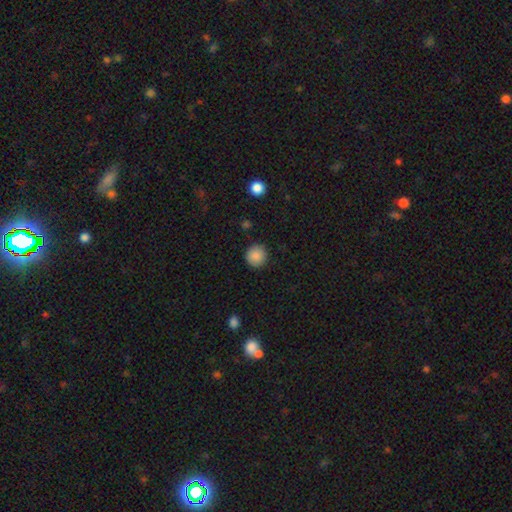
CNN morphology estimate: Smooth or featured? Predicted: smooth (p=0.88). How rounded? Predicted: round (p=0.93). Merging? Predicted: none (p=0.90).